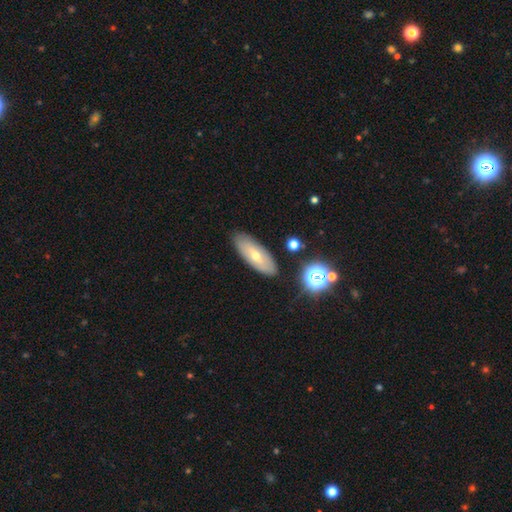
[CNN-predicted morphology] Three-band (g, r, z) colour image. It shows a smooth galaxy with no disk features (52%) that is in between round and cigar-shaped (69%). Merging: none (86%).